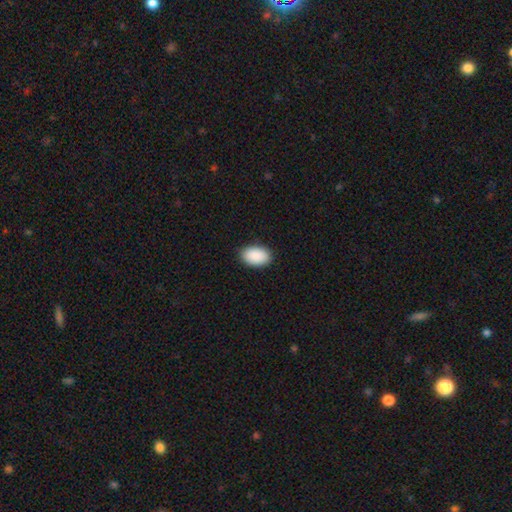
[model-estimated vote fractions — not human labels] Smooth or featured? smooth (91%)
How rounded? in between (93%)
Merging? none (88%)